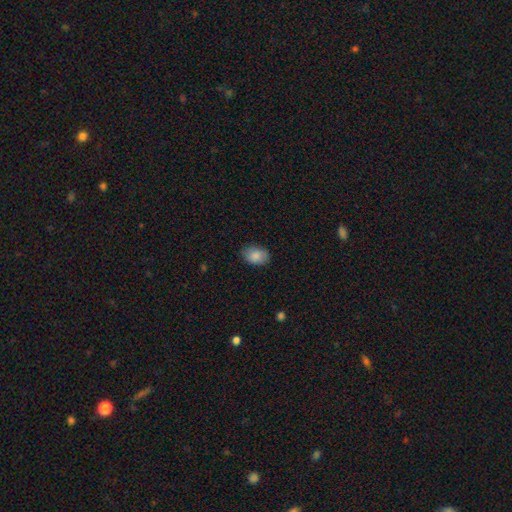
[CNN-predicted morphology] Overall: smooth (86%). How rounded: in between (81%). Merging: none (83%).